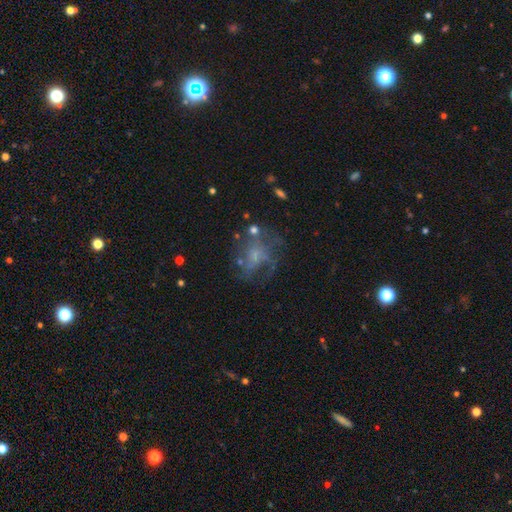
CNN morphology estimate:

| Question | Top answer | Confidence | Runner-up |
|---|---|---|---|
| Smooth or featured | featured or disk | 52% | smooth (32%) |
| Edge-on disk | no | 98% | yes (2%) |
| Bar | no | 79% | weak (18%) |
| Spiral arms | no | 57% | yes (43%) |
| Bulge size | none | 45% | small (32%) |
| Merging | none | 46% | major disturbance (30%) |